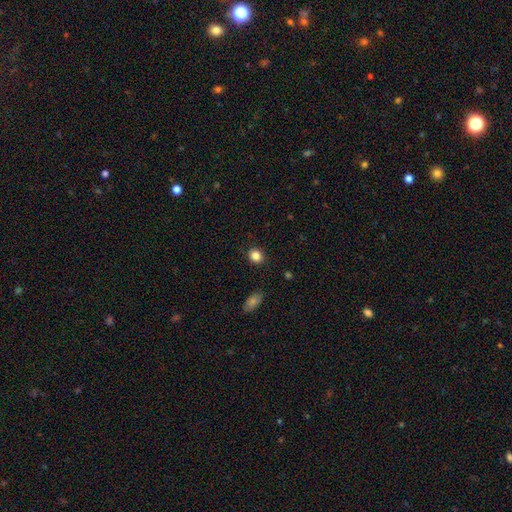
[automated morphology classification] type=smooth (85%); roundness=round (74%); merging=none (89%).